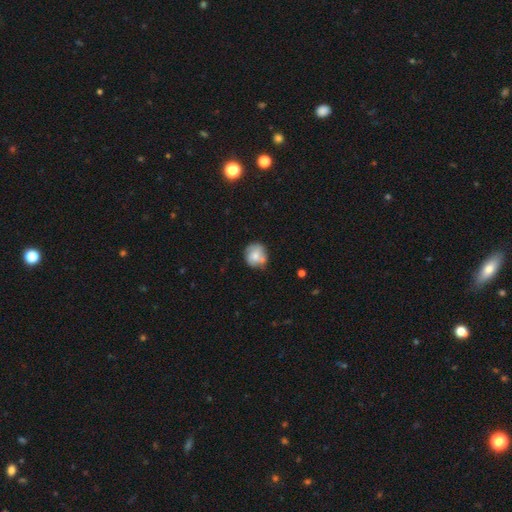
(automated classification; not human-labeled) Smooth or featured: smooth — 64% (featured or disk — 28%)
How rounded: round — 83% (in between — 16%)
Merging: none — 60% (minor disturbance — 23%)